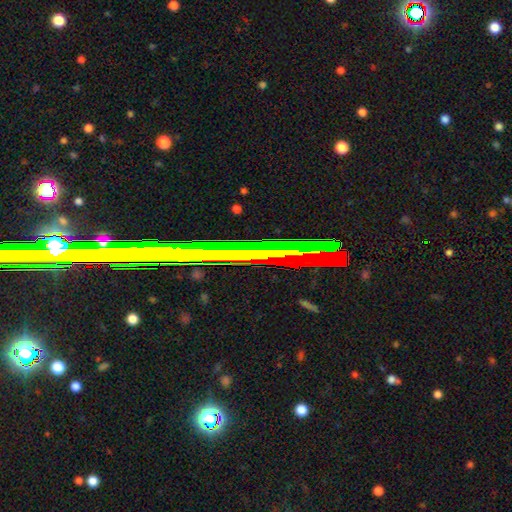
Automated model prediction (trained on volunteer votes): A star or artifact, not a galaxy (44%).

Vote fractions:
- Smooth or featured? star or artifact: 44% / featured or disk: 41% / smooth: 15%